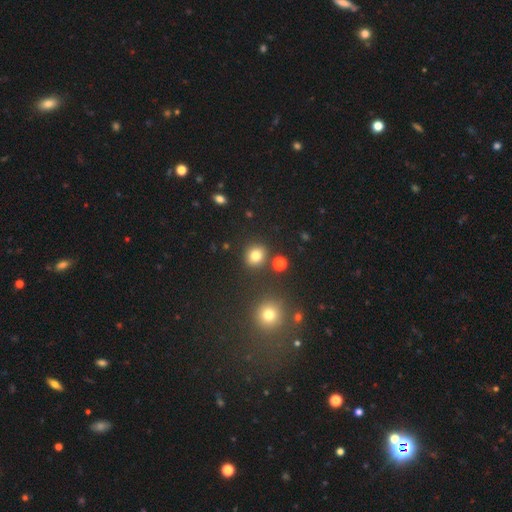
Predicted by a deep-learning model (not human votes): Smooth or featured? smooth (80%)
How rounded? round (76%)
Merging? none (83%)